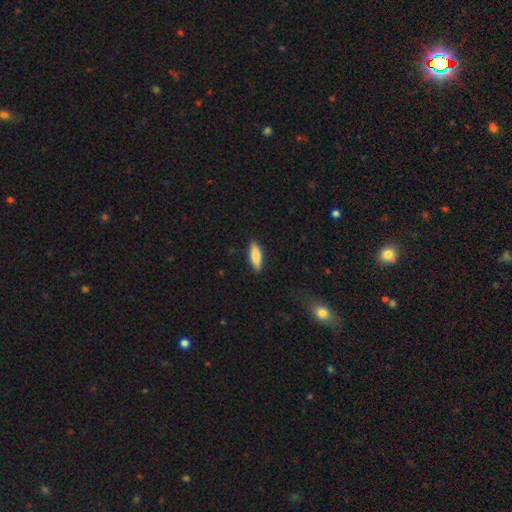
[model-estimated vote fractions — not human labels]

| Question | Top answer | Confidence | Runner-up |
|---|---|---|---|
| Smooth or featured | smooth | 80% | featured or disk (14%) |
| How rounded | in between | 54% | cigar-shaped (44%) |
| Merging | none | 88% | minor disturbance (9%) |